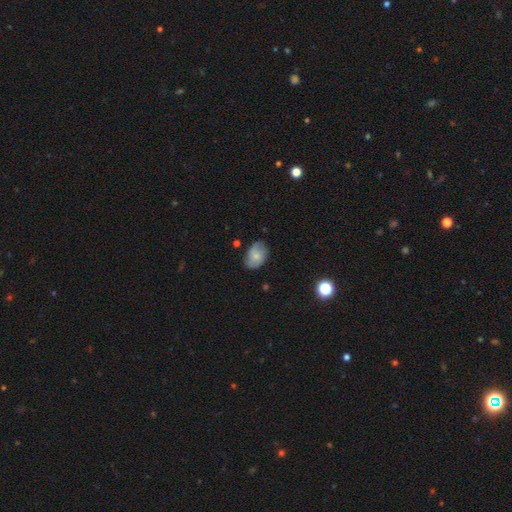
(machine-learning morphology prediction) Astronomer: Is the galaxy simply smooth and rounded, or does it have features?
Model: smooth — 72%.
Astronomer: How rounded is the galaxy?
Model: in between — 80%.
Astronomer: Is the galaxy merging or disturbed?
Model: none — 74%.